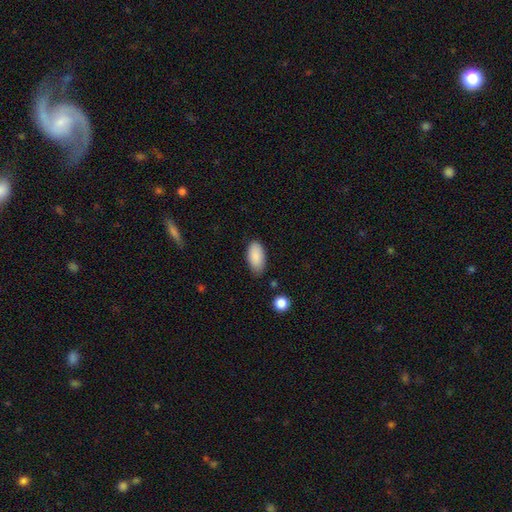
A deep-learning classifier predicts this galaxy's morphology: A smooth galaxy with no disk features (89%) that is in between round and cigar-shaped (94%). Merging: none (77%).